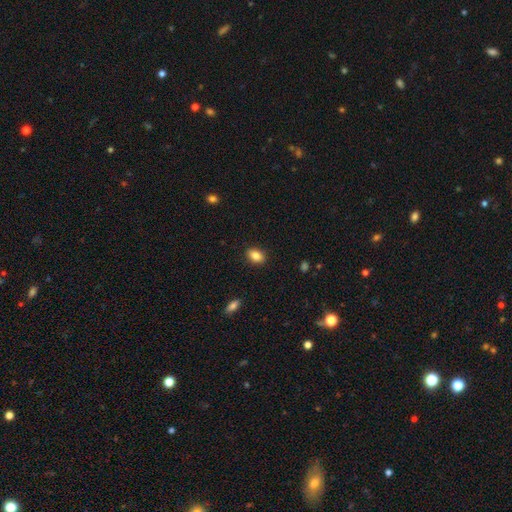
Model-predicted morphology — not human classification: Overall: smooth (85%). How rounded: in between (82%). Merging: none (89%).